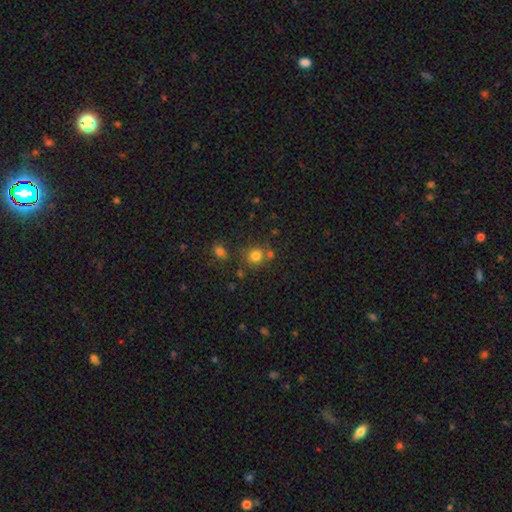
smooth 87%, star or artifact 10%, featured or disk 3%. Down the decision tree: how rounded — round (91%); merging — none (60%).